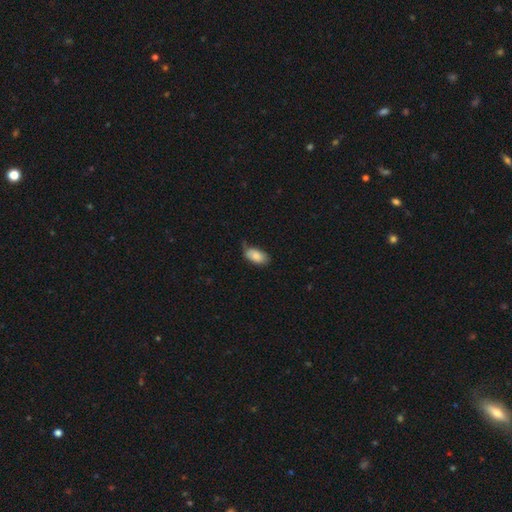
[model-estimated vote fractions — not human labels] Morphology: type=smooth (84%); roundness=in between (94%); merging=none (60%).